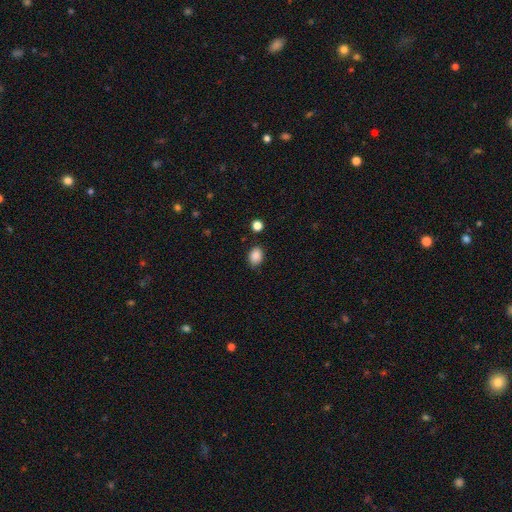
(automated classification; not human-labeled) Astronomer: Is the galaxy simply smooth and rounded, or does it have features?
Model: smooth — 87%.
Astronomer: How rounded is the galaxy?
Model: in between — 71%.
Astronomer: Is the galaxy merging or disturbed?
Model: none — 81%.